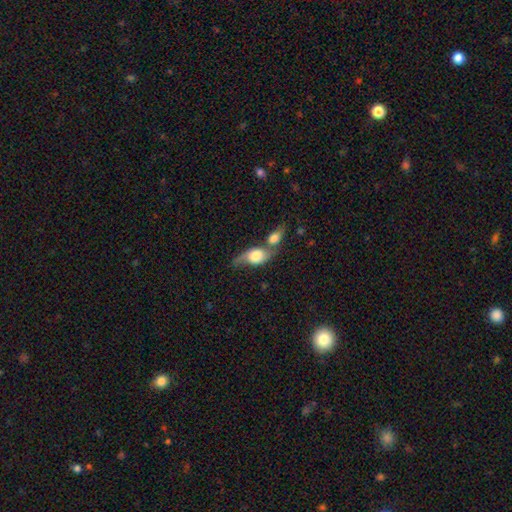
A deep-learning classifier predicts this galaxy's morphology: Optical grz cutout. It shows a smooth galaxy with no disk features (54%) that is in between round and cigar-shaped (72%). Merging: merger (64%).